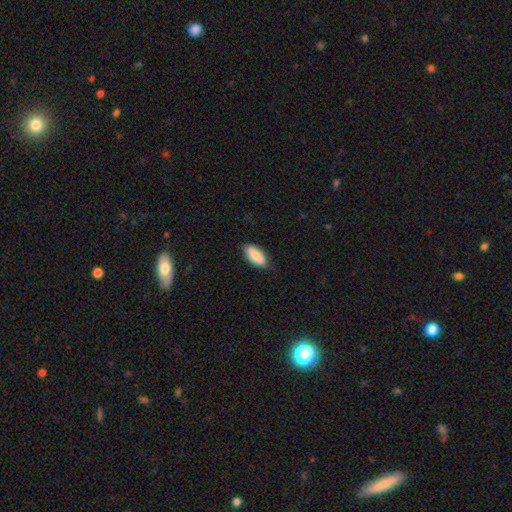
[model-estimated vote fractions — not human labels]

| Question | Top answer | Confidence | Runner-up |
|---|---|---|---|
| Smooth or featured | smooth | 87% | featured or disk (7%) |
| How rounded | in between | 89% | cigar-shaped (9%) |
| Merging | none | 85% | minor disturbance (12%) |